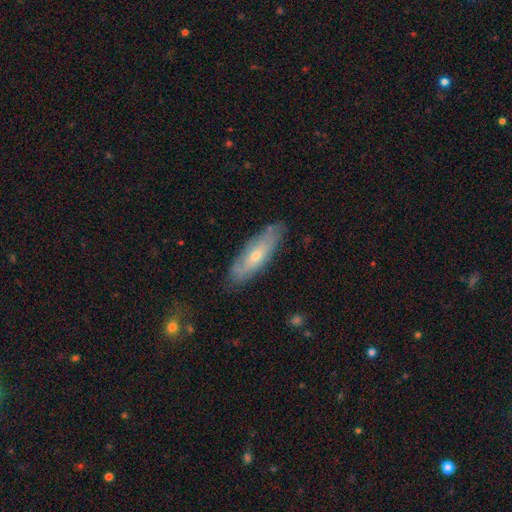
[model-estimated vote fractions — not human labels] A featured or disk galaxy (54%).

Vote fractions:
- Smooth or featured? featured or disk: 54% / smooth: 40% / star or artifact: 7%
- Edge-on disk? no: 67% / yes: 33%
- Merging? none: 79% / minor disturbance: 16% / major disturbance: 3% / merger: 1%